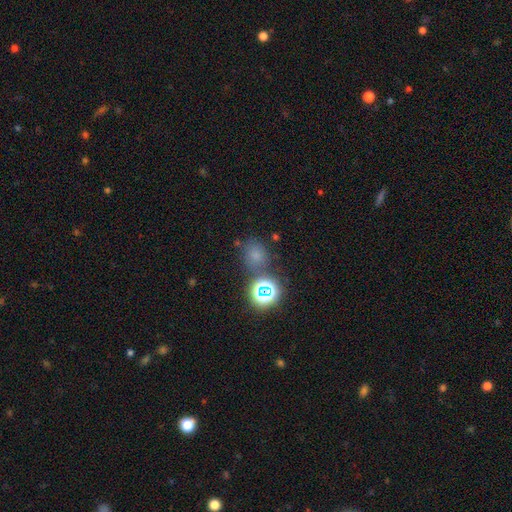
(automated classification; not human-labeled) Smooth or featured: smooth — 64% (star or artifact — 28%)
How rounded: round — 62% (in between — 36%)
Merging: none — 67% (minor disturbance — 14%)